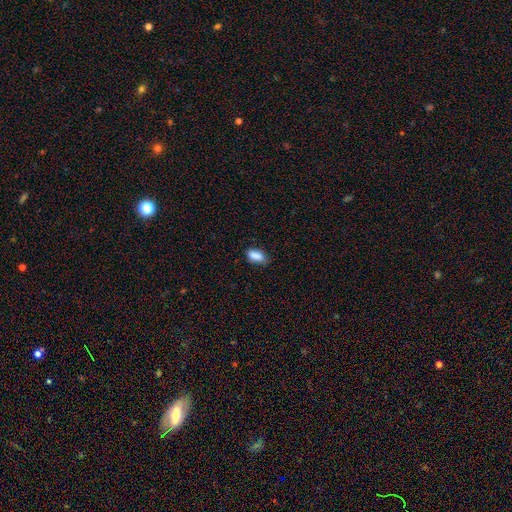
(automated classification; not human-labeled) Q: Smooth or featured?
A: smooth (85%); runner-up: star or artifact (9%)
Q: How rounded?
A: in between (85%); runner-up: cigar-shaped (10%)
Q: Merging?
A: none (69%); runner-up: minor disturbance (23%)